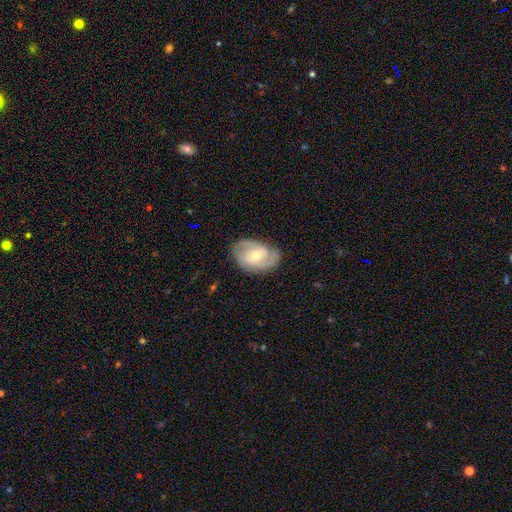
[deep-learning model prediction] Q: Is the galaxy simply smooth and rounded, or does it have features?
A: featured or disk — 81%.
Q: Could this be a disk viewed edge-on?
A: no — 96%.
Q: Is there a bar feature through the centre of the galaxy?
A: no — 55%.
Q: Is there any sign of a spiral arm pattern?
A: yes — 95%.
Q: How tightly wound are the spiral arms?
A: medium — 46%.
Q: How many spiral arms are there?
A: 2 — 66%.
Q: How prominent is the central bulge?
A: moderate — 53%.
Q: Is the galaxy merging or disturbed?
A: none — 80%.